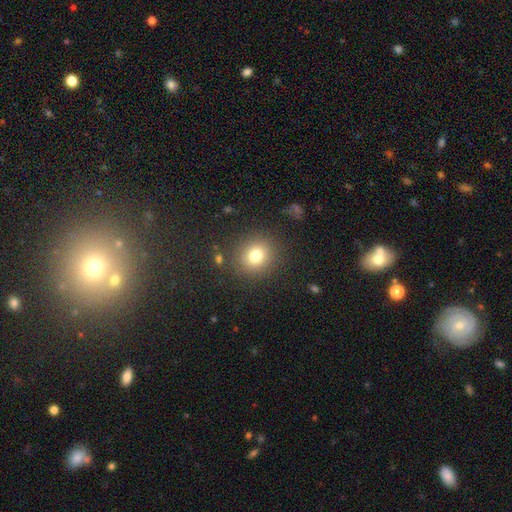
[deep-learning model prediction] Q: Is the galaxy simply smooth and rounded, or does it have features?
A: smooth — 78%.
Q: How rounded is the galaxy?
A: round — 85%.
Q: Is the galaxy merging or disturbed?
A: none — 87%.